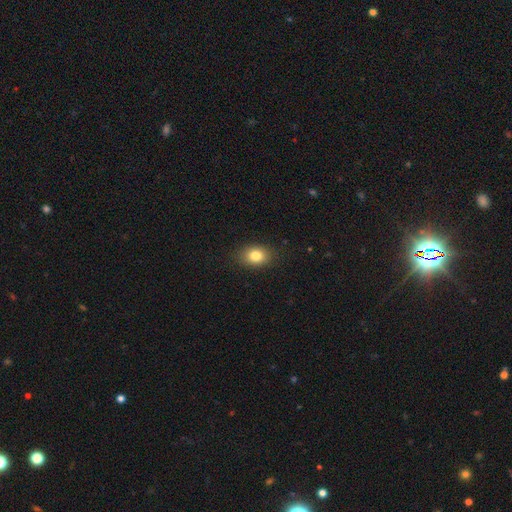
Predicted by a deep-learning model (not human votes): This appears to be a smooth galaxy with no disk features (82%) that is in between round and cigar-shaped (70%). Merging: none (87%).